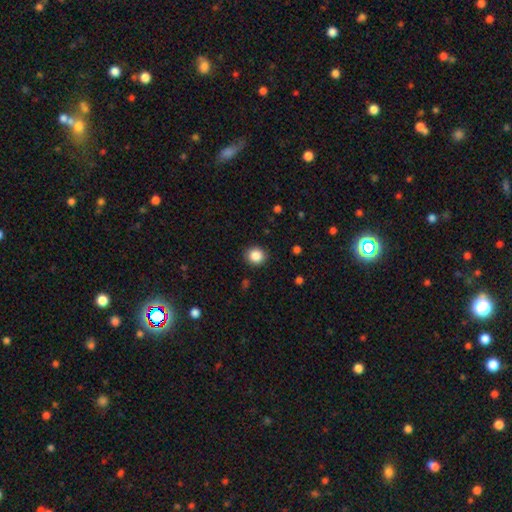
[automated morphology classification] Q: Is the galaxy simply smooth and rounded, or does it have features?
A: smooth — 86%.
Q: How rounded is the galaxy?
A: round — 88%.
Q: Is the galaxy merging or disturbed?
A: none — 90%.